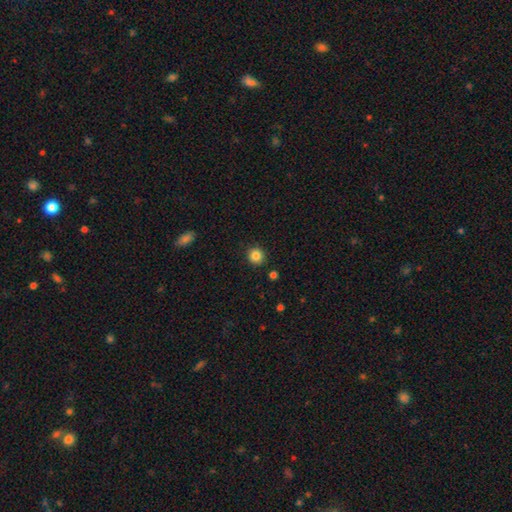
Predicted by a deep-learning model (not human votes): Q: Smooth or featured?
A: smooth (85%); runner-up: star or artifact (11%)
Q: How rounded?
A: round (92%); runner-up: in between (7%)
Q: Merging?
A: none (90%); runner-up: minor disturbance (6%)